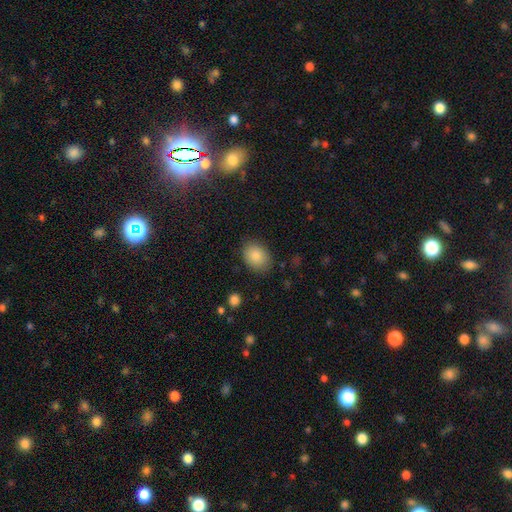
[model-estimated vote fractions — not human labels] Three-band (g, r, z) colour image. It shows a smooth galaxy with no disk features (85%) that is in between round and cigar-shaped (63%). Merging: none (84%).